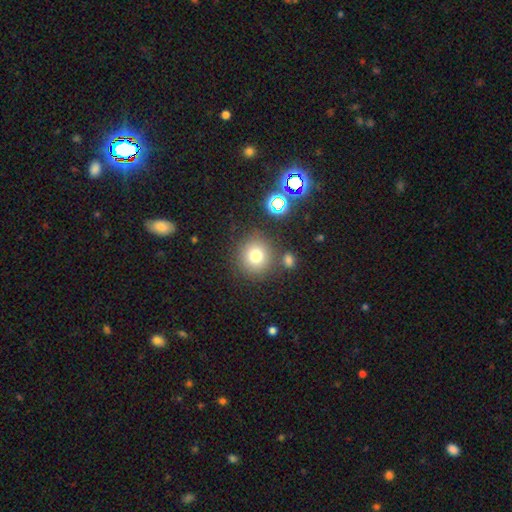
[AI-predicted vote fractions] Q: Smooth or featured?
A: smooth (76%); runner-up: star or artifact (15%)
Q: How rounded?
A: round (91%); runner-up: in between (8%)
Q: Merging?
A: none (80%); runner-up: minor disturbance (9%)